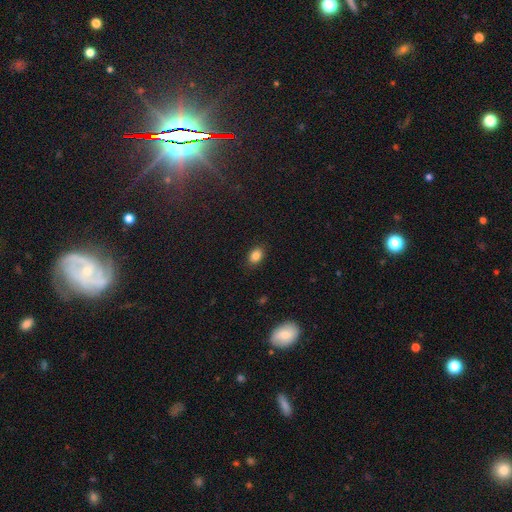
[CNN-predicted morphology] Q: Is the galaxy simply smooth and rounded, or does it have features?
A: smooth — 84%.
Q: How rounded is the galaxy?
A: in between — 75%.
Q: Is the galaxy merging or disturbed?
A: none — 85%.